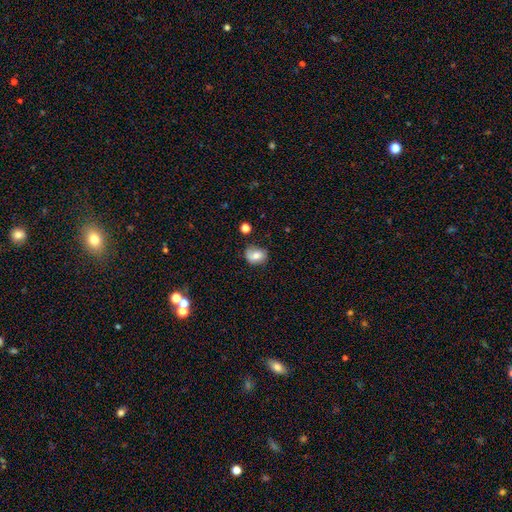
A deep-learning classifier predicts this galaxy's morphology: A smooth galaxy with no disk features (74%) that is in between round and cigar-shaped (55%). Merging: none (60%).